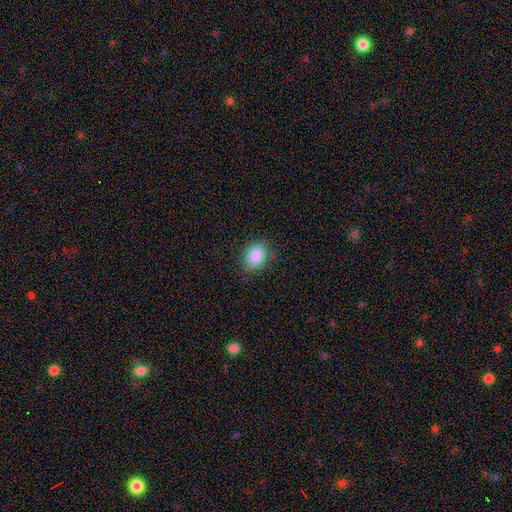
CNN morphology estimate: The model was most divided on "how rounded": in between: 65%, round: 34%, cigar-shaped: 1%. More confident: smooth or featured — smooth (87%); merging — none (83%).